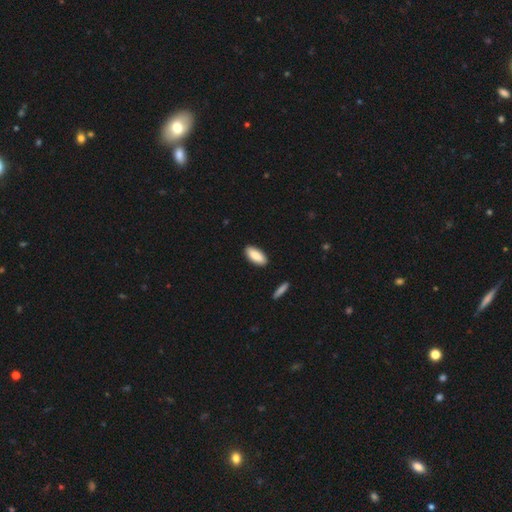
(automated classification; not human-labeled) Q: Smooth or featured?
A: smooth (87%); runner-up: featured or disk (8%)
Q: How rounded?
A: in between (84%); runner-up: cigar-shaped (14%)
Q: Merging?
A: none (88%); runner-up: minor disturbance (8%)